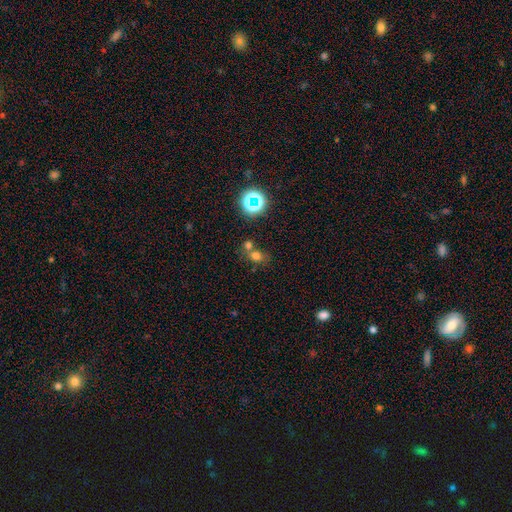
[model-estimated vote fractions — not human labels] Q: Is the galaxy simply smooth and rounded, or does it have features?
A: smooth — 65%.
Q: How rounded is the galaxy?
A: round — 56%.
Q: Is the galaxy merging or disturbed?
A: none — 47%.